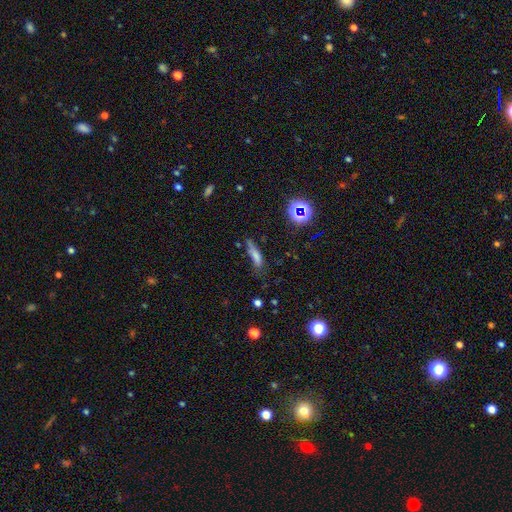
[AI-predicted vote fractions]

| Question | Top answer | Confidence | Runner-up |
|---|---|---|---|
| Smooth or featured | smooth | 66% | star or artifact (17%) |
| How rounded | cigar-shaped | 66% | in between (30%) |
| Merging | none | 47% | minor disturbance (31%) |